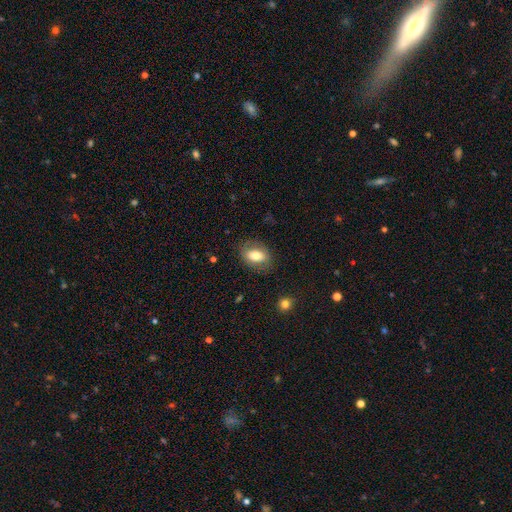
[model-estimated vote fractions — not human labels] Smooth or featured? smooth (71%)
How rounded? in between (83%)
Merging? none (77%)